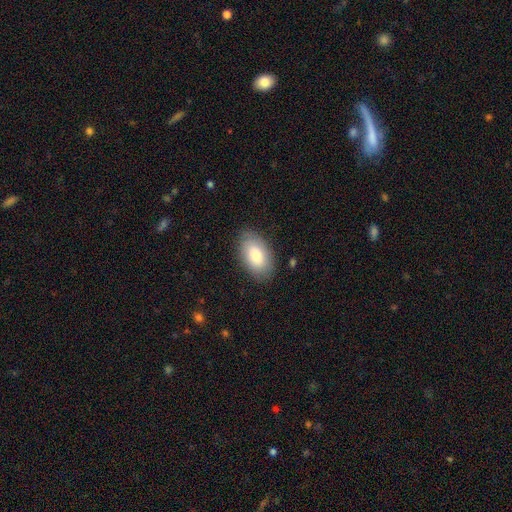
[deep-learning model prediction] smooth 79%, featured or disk 14%, star or artifact 6%. Down the decision tree: how rounded — in between (93%); merging — none (84%).